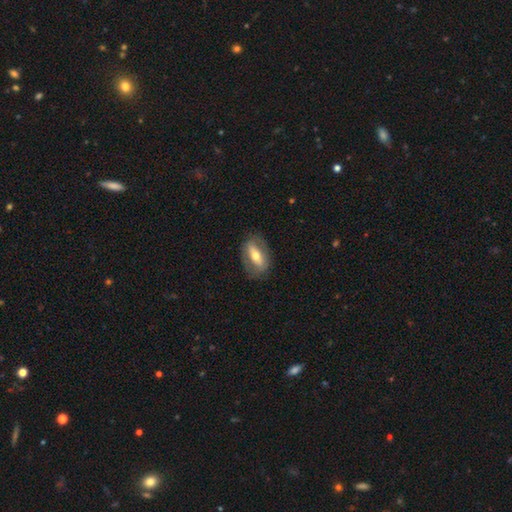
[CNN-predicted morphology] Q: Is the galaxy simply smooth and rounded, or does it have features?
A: featured or disk — 54%.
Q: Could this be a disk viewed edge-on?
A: no — 78%.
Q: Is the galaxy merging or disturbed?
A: none — 78%.